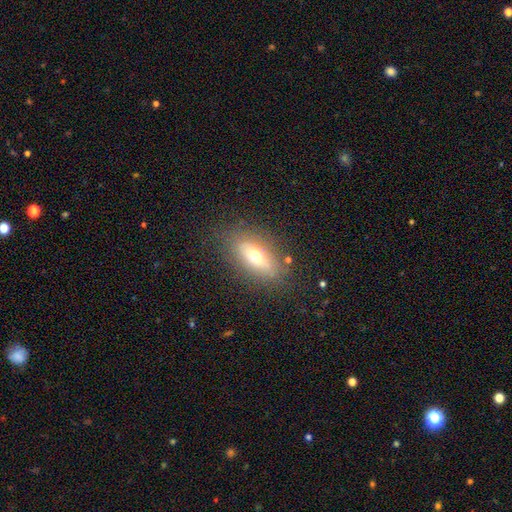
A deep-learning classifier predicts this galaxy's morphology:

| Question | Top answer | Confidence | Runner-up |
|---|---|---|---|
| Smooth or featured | smooth | 58% | featured or disk (32%) |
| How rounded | in between | 78% | cigar-shaped (14%) |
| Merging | none | 79% | minor disturbance (13%) |